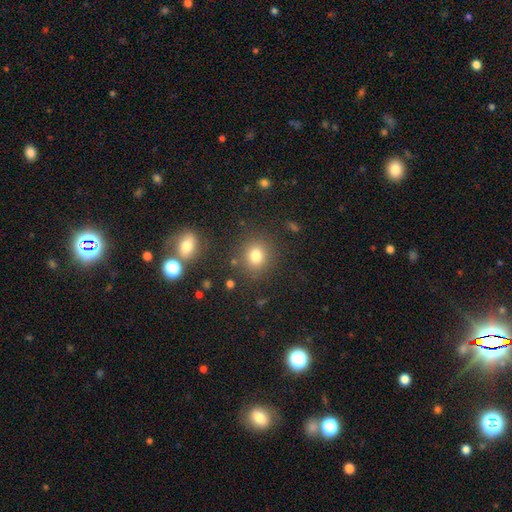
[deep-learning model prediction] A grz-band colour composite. It shows a smooth galaxy with no disk features (78%) that is round (82%). Merging: none (84%).